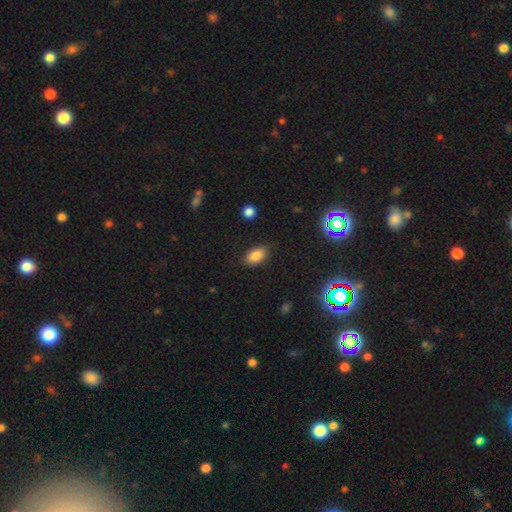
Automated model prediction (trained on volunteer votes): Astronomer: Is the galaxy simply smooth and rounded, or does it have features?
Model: smooth — 83%.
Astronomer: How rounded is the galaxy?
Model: in between — 91%.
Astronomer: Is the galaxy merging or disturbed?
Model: none — 84%.